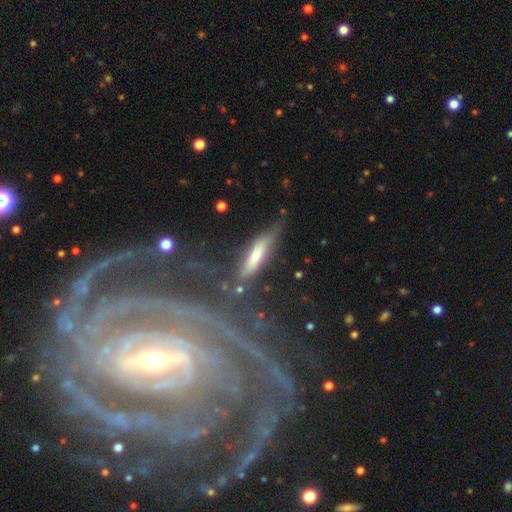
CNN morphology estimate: smooth-or-featured: smooth: 48% | featured or disk: 44% | star or artifact: 9%
  merging: none: 60% | minor disturbance: 24% | major disturbance: 10% | merger: 6%